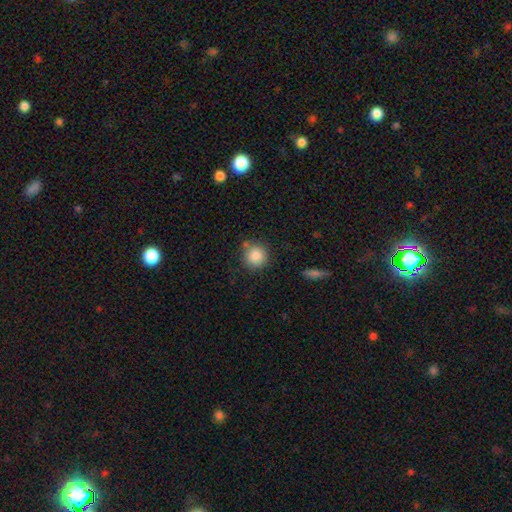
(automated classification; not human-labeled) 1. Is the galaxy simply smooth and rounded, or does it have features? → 86% smooth, 9% star or artifact, 5% featured or disk.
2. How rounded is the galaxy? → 93% round, 6% in between, 1% cigar-shaped.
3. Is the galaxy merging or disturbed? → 79% none, 11% minor disturbance, 7% merger, 3% major disturbance.